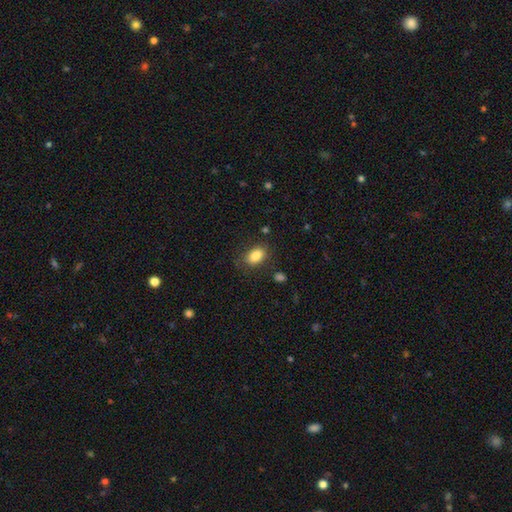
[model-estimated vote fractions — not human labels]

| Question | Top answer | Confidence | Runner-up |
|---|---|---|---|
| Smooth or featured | smooth | 85% | star or artifact (8%) |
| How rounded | in between | 88% | round (10%) |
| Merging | none | 79% | minor disturbance (14%) |